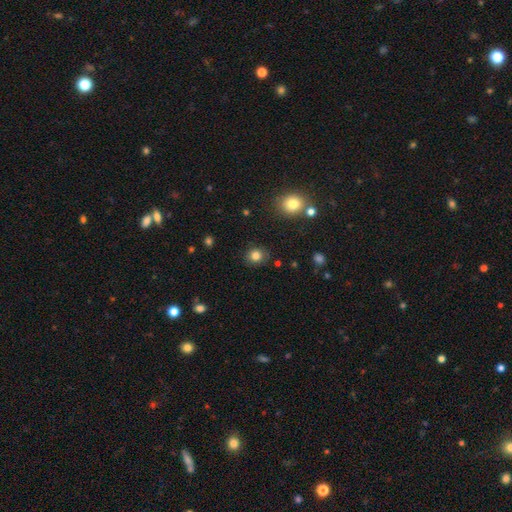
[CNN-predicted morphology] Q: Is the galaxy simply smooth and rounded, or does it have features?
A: smooth — 82%.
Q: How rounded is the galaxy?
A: round — 78%.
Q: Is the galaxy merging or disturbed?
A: none — 85%.